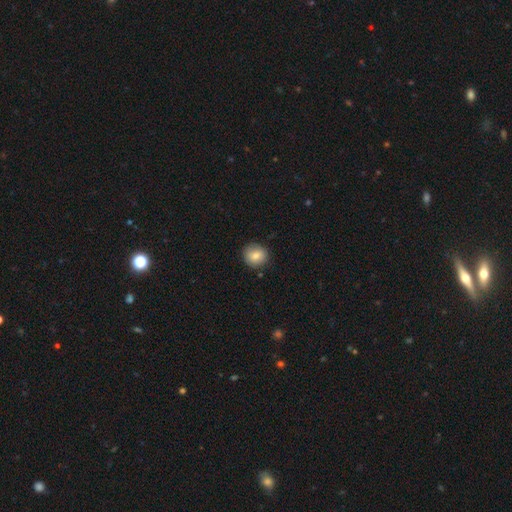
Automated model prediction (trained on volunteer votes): Morphology: type=smooth (80%); roundness=round (87%); merging=none (85%).